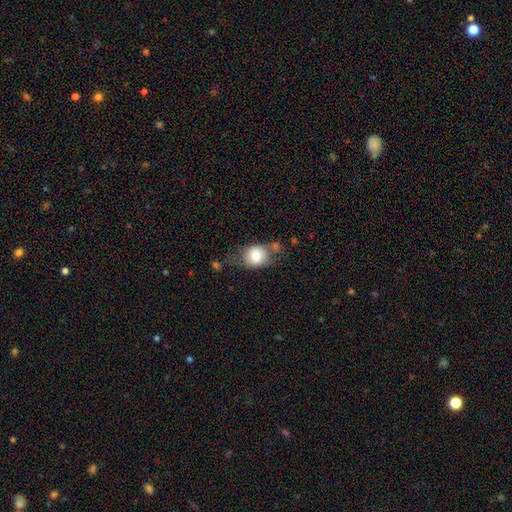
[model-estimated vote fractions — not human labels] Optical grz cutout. It shows a smooth galaxy with no disk features (75%) that is round (51%). Merging: none (52%).